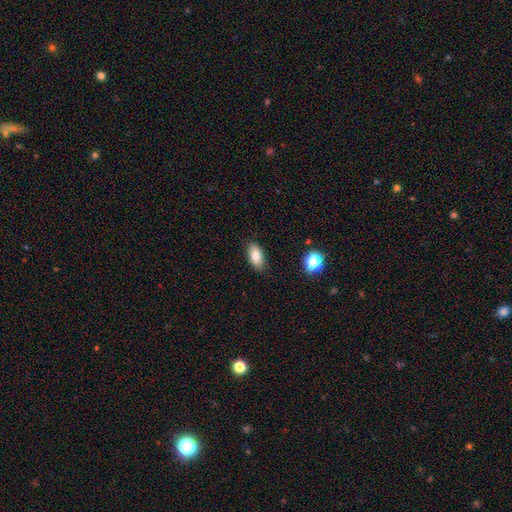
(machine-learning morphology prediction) This is clearly a smooth galaxy (81%). How rounded: clearly in between (89%). Merging: clearly none (86%).